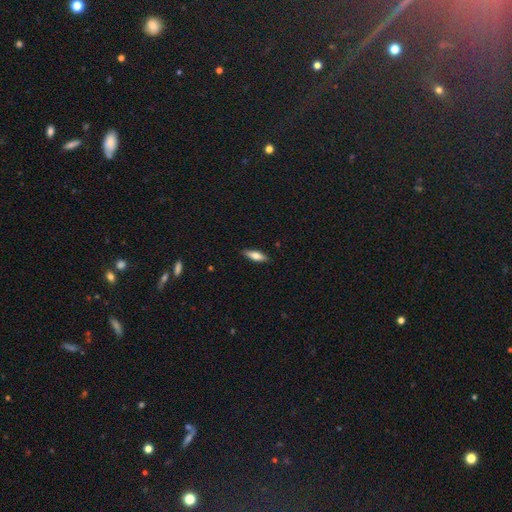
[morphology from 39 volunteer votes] smooth_or_featured: smooth (p=0.54) [alt: featured or disk p=0.41]
how_rounded: in between (p=0.67) [alt: cigar-shaped p=0.29]
merging: none (p=0.84) [alt: minor disturbance p=0.11]